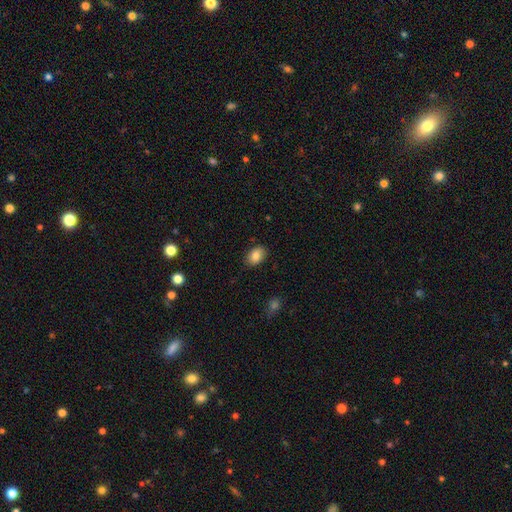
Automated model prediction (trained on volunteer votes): Smooth or featured? smooth (84%)
How rounded? in between (81%)
Merging? none (87%)